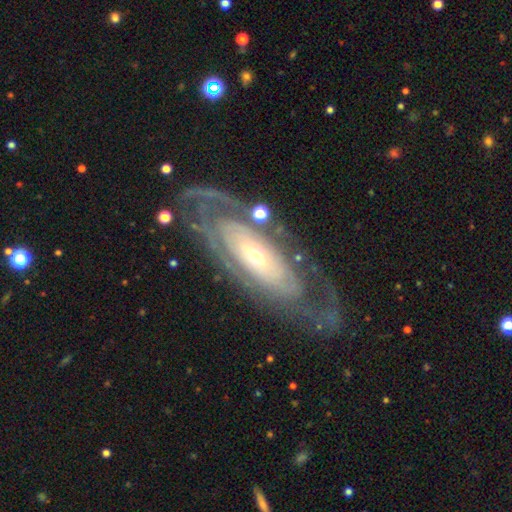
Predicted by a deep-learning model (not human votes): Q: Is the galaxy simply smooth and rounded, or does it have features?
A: featured or disk — 81%.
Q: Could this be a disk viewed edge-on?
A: no — 88%.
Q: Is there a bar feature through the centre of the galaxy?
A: no — 79%.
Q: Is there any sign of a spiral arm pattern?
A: yes — 76%.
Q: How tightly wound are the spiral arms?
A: tight — 72%.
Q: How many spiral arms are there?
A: can't tell — 50%.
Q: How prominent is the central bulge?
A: small — 66%.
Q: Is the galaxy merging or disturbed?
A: none — 74%.